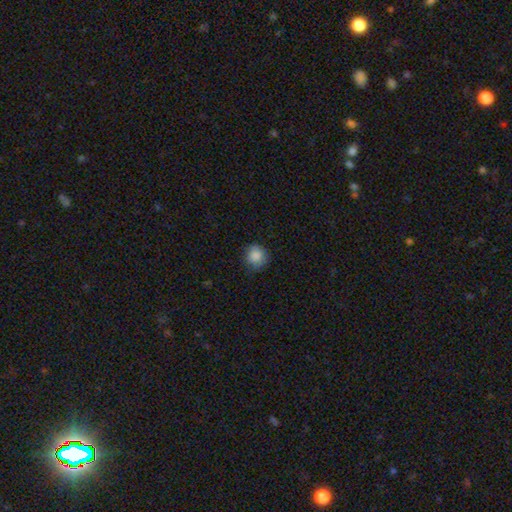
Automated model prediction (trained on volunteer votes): Smooth or featured: smooth — 87% (star or artifact — 9%)
How rounded: round — 88% (in between — 11%)
Merging: none — 78% (minor disturbance — 18%)